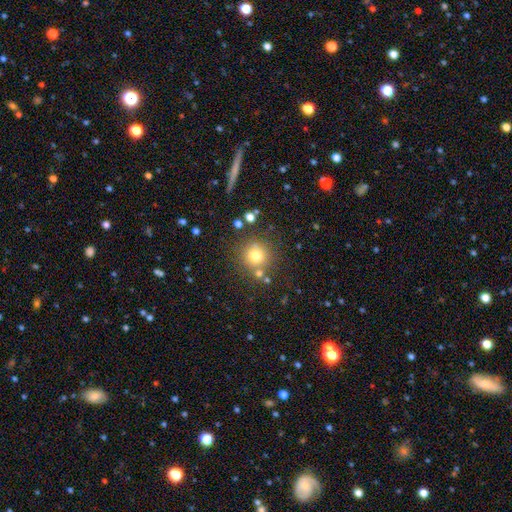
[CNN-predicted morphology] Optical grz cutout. It shows a smooth galaxy with no disk features (75%) that is round (93%). Merging: none (77%).